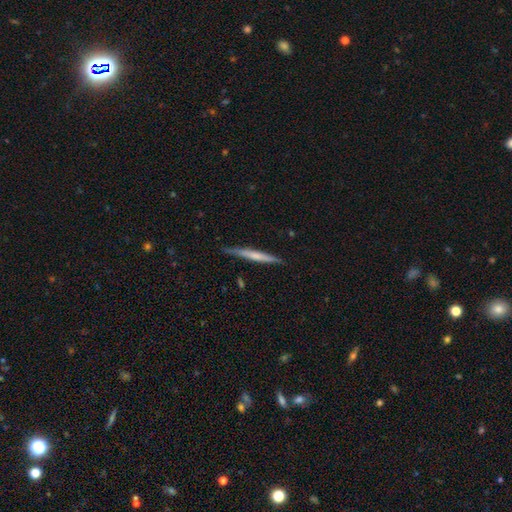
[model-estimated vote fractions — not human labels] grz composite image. It shows a featured or disk galaxy (49%). Merging: none (87%).